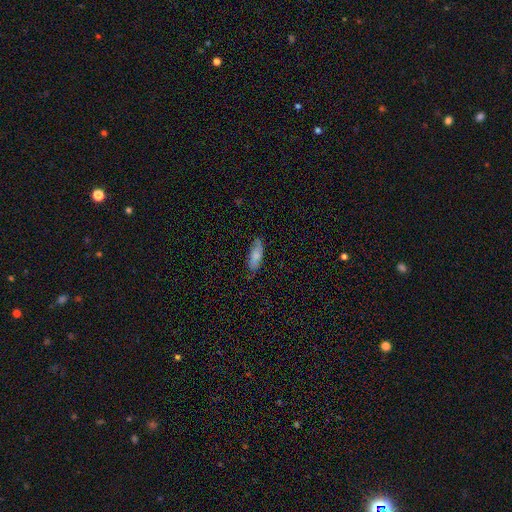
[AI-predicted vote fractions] Q: Smooth or featured?
A: smooth (75%); runner-up: featured or disk (19%)
Q: How rounded?
A: in between (69%); runner-up: cigar-shaped (30%)
Q: Merging?
A: none (75%); runner-up: minor disturbance (19%)